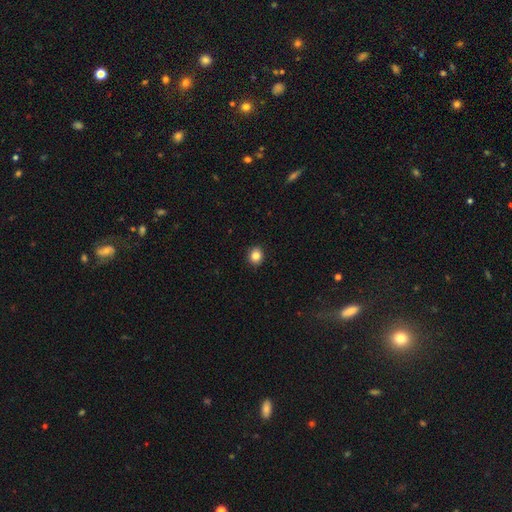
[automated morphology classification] smooth-or-featured: smooth: 85% | star or artifact: 10% | featured or disk: 5%
  how-rounded: round: 73% | in between: 27% | cigar-shaped: 1%
  merging: none: 92% | minor disturbance: 6% | major disturbance: 2% | merger: 1%